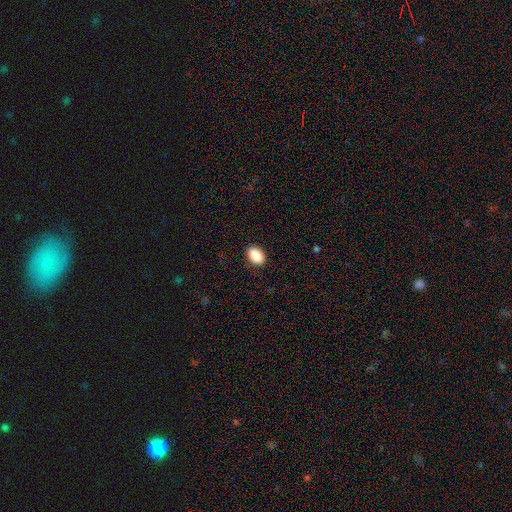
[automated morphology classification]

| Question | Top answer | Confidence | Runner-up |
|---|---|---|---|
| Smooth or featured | smooth | 89% | star or artifact (7%) |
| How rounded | in between | 83% | round (16%) |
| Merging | none | 89% | minor disturbance (8%) |